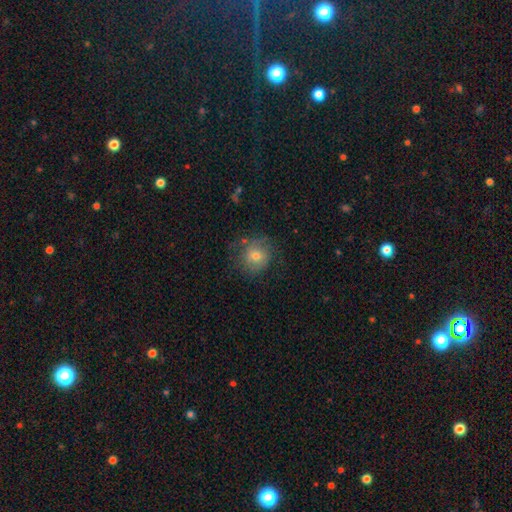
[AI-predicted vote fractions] A smooth galaxy with no disk features (63%) that is round (81%).

Vote fractions:
- Smooth or featured? smooth: 63% / featured or disk: 26% / star or artifact: 10%
- How rounded? round: 81% / in between: 18% / cigar-shaped: 1%
- Merging? none: 64% / minor disturbance: 22% / major disturbance: 12% / merger: 2%